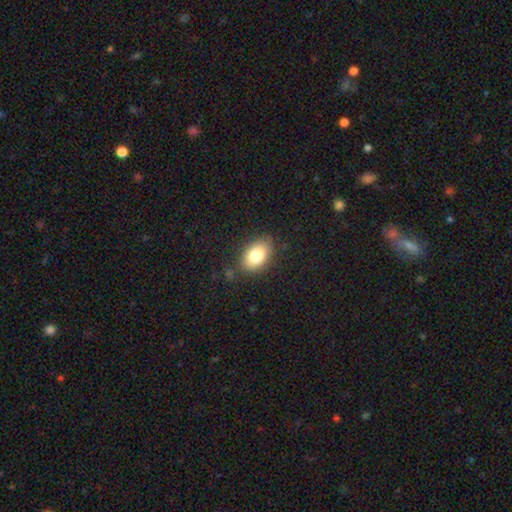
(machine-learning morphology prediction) smooth-or-featured: smooth: 80% | featured or disk: 12% | star or artifact: 8%
  how-rounded: in between: 87% | round: 11% | cigar-shaped: 2%
  merging: none: 80% | minor disturbance: 14% | major disturbance: 4% | merger: 2%